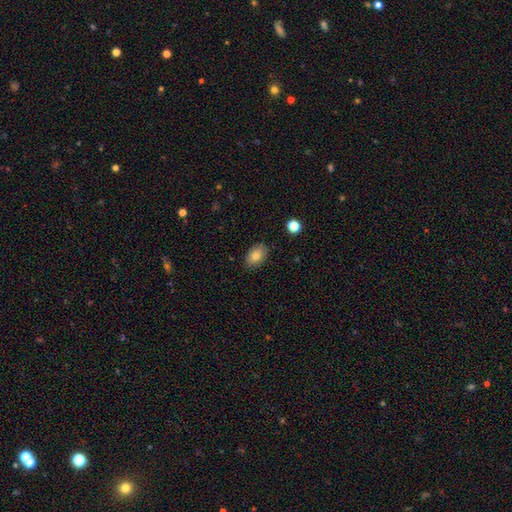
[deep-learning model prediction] Overall: smooth (80%). How rounded: in between (87%). Merging: none (84%).